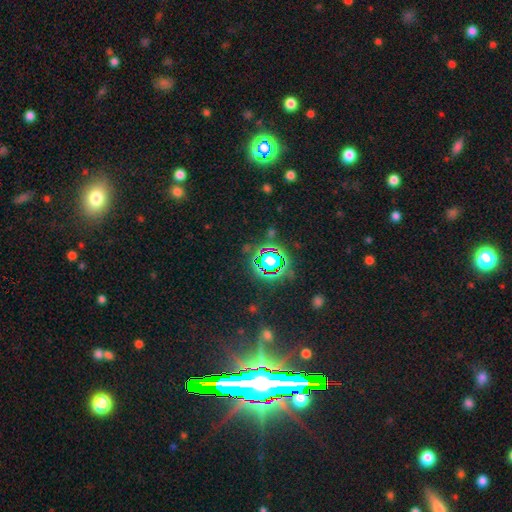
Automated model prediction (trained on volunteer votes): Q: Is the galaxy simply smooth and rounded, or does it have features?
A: star or artifact — 78%.